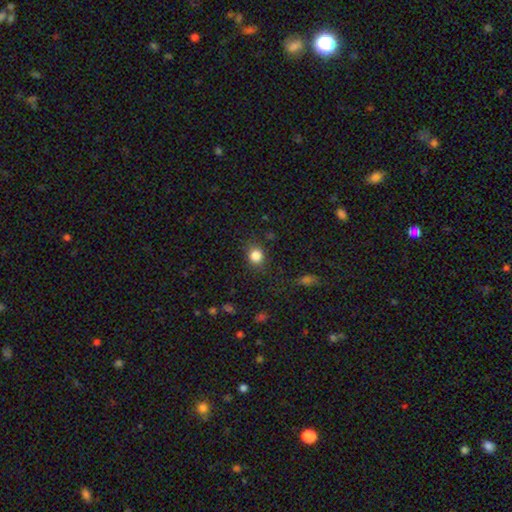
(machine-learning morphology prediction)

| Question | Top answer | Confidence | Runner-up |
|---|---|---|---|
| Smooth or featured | smooth | 84% | star or artifact (11%) |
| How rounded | round | 79% | in between (20%) |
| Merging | none | 84% | minor disturbance (10%) |